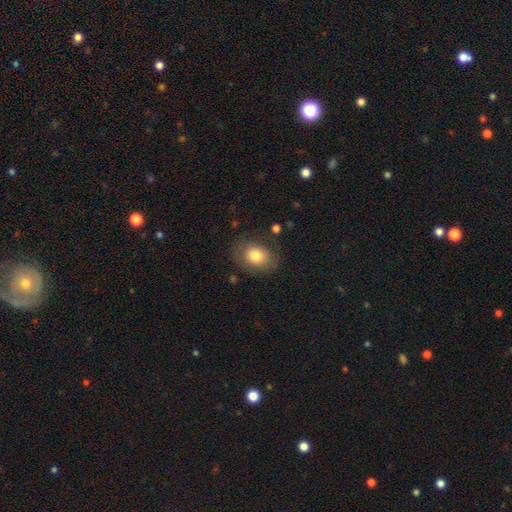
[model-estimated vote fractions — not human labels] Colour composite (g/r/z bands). It shows a smooth galaxy with no disk features (78%) that is in between round and cigar-shaped (61%). Merging: none (77%).